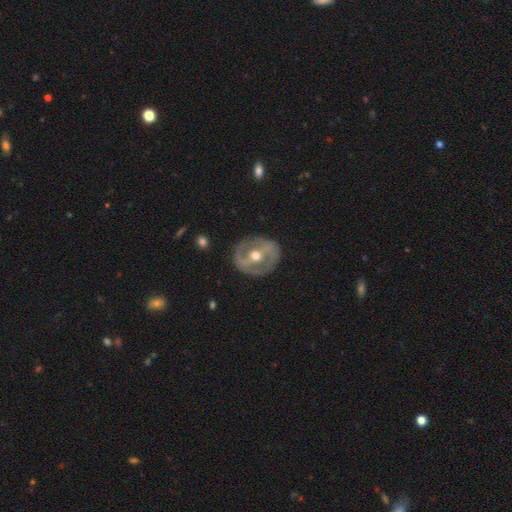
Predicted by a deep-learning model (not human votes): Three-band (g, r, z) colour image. It shows a featured or disk galaxy (76%) with a strong bar (38%), no spiral arms (52%) and a moderate central bulge (77%). Merging: none (82%).